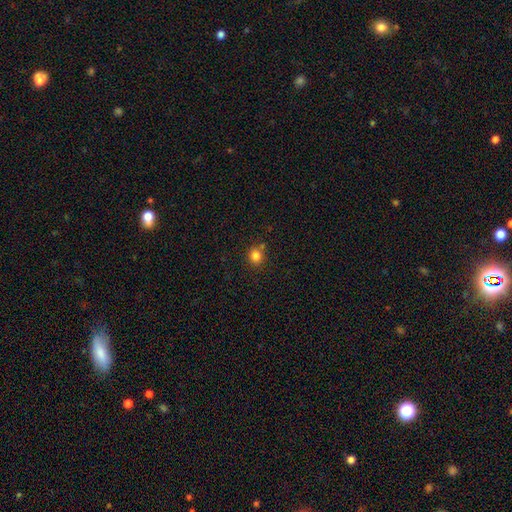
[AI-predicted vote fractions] smooth 82%, star or artifact 13%, featured or disk 5%. Down the decision tree: how rounded — round (82%); merging — none (75%).